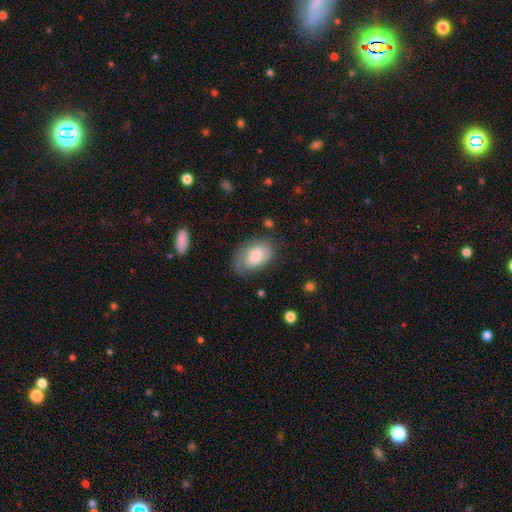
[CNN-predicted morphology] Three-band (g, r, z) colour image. It shows a smooth galaxy with no disk features (57%) that is in between round and cigar-shaped (84%). Merging: none (57%).